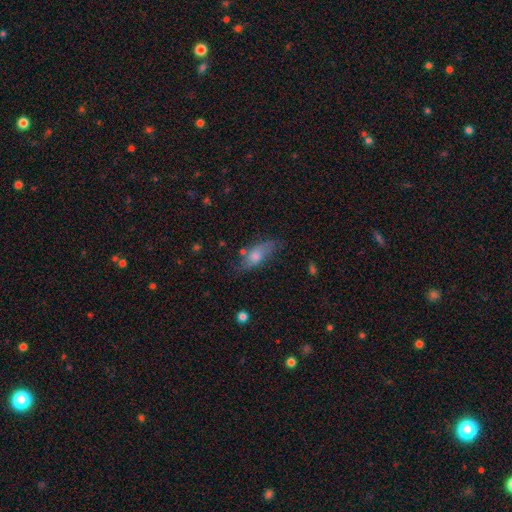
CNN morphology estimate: Overall: smooth (56%; featured or disk 35%). How rounded: in between (69%). Merging: none (64%; minor disturbance 24%).